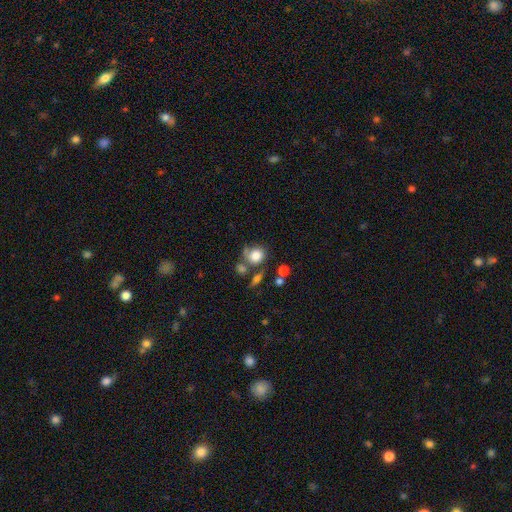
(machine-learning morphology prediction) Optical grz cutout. It shows a smooth galaxy with no disk features (78%) that is round (78%). Merging: none (52%).